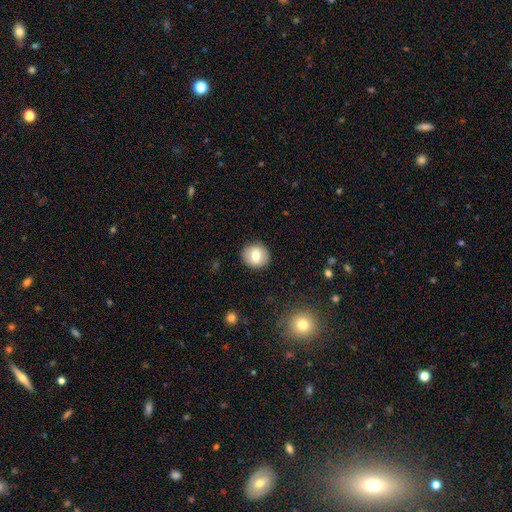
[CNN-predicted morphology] smooth 74%, featured or disk 17%, star or artifact 9%. Down the decision tree: how rounded — round (85%); merging — none (90%).